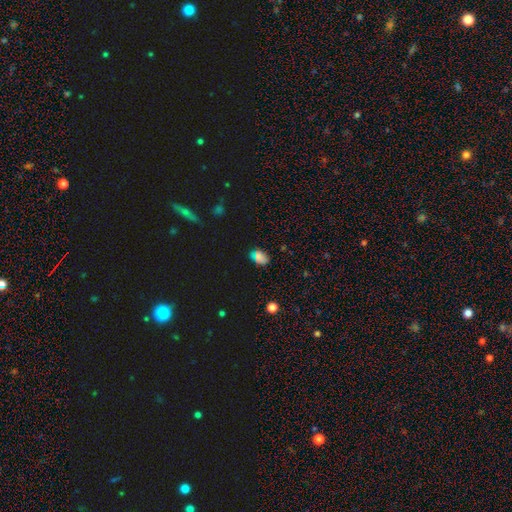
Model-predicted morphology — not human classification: This is likely a smooth galaxy (71%). How rounded: clearly in between (82%). Merging: likely none (69%).